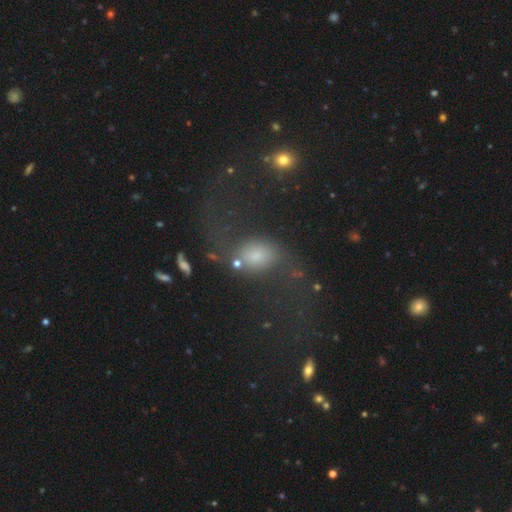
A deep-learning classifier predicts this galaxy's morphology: A smooth galaxy with no disk features (58%) that is in between round and cigar-shaped (64%).

Vote fractions:
- Smooth or featured? smooth: 58% / featured or disk: 25% / star or artifact: 17%
- How rounded? in between: 64% / round: 33% / cigar-shaped: 3%
- Merging? none: 44% / major disturbance: 28% / minor disturbance: 19% / merger: 10%